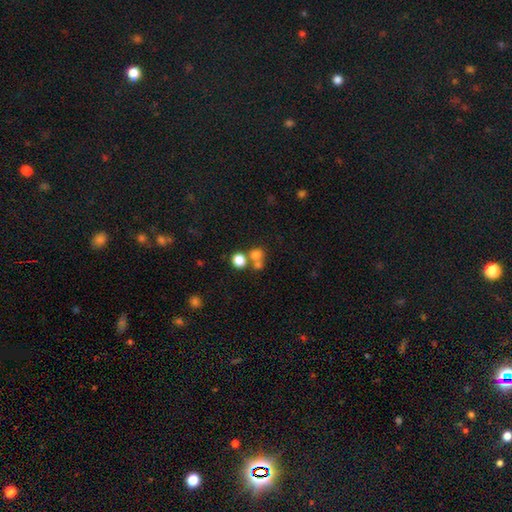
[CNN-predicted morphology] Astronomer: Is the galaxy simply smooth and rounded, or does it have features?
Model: smooth — 73%.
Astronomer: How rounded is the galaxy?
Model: round — 83%.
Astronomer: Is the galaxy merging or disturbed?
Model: none — 49% (runner-up: merger, 39%).